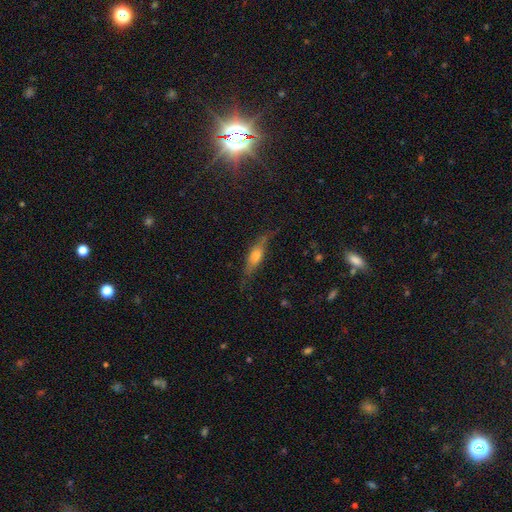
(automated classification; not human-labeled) The model was most divided on "smooth or featured": featured or disk: 47%, smooth: 45%, star or artifact: 8%. More confident: merging — none (71%).